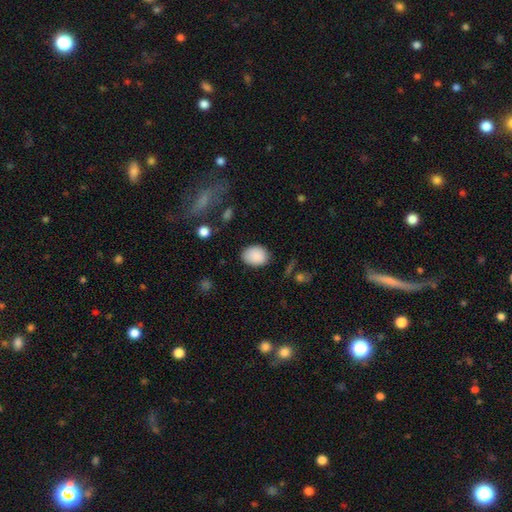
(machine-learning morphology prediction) A smooth galaxy with no disk features (89%) that is in between round and cigar-shaped (63%).

Vote fractions:
- Smooth or featured? smooth: 89% / star or artifact: 7% / featured or disk: 4%
- How rounded? in between: 63% / round: 36% / cigar-shaped: 1%
- Merging? none: 83% / minor disturbance: 12% / major disturbance: 3% / merger: 1%